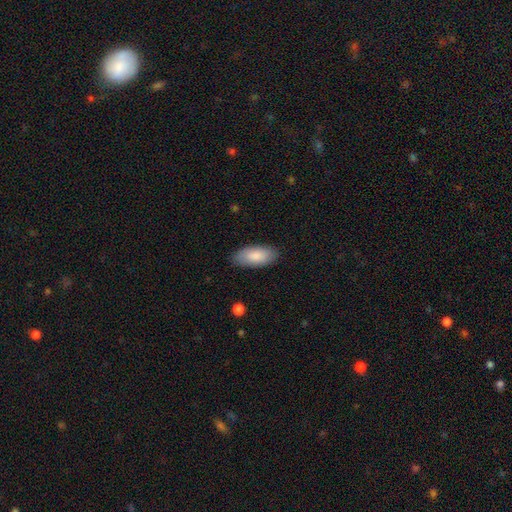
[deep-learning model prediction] smooth 87%, featured or disk 8%, star or artifact 5%. Down the decision tree: how rounded — in between (91%); merging — none (86%).